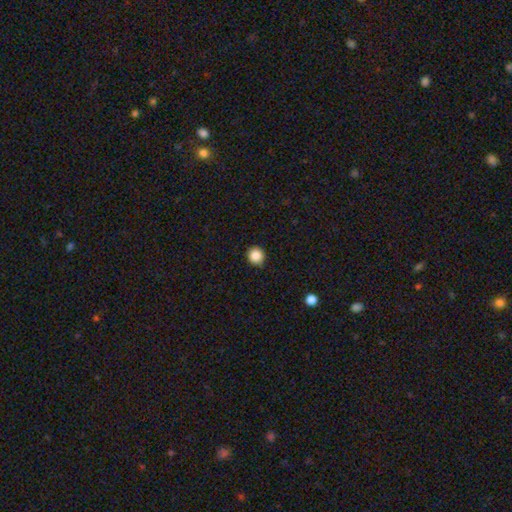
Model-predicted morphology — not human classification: Smooth or featured? Predicted: smooth (p=0.86). How rounded? Predicted: round (p=0.92). Merging? Predicted: none (p=0.89).